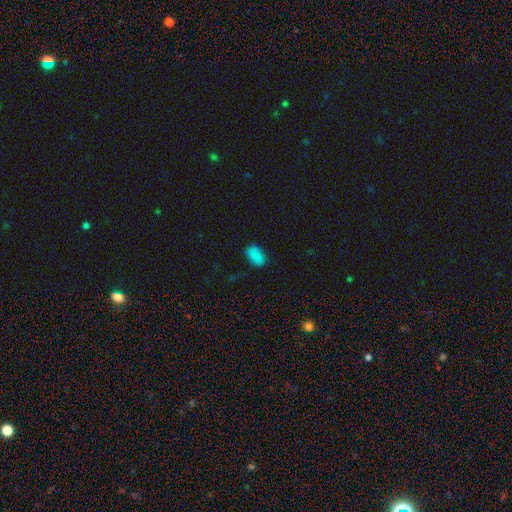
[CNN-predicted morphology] type=smooth (81%); roundness=in between (91%); merging=none (78%).